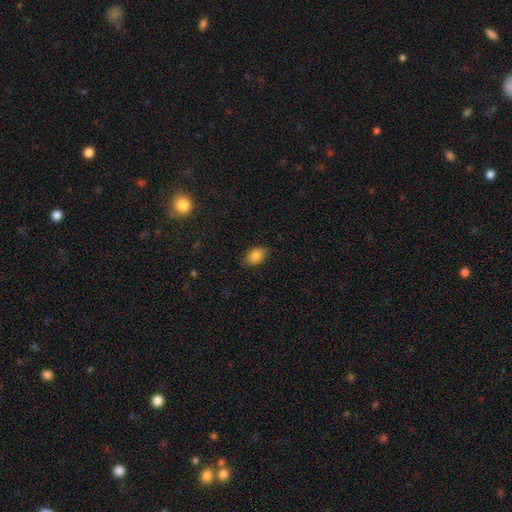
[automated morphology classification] A smooth galaxy with no disk features (86%) that is in between round and cigar-shaped (84%). Merging: none (83%).